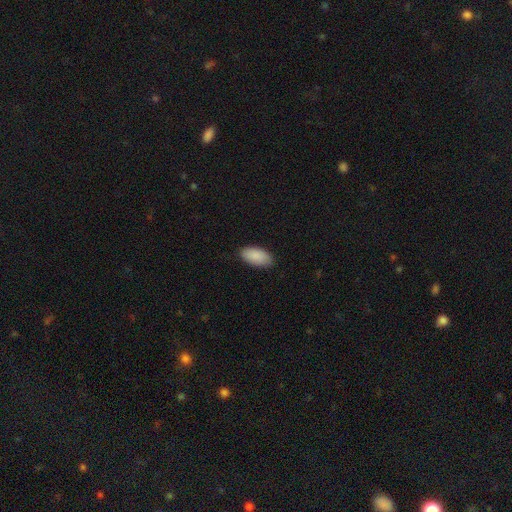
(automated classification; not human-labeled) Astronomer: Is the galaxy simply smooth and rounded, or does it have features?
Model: smooth — 89%.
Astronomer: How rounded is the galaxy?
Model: in between — 94%.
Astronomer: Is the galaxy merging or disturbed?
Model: none — 86%.